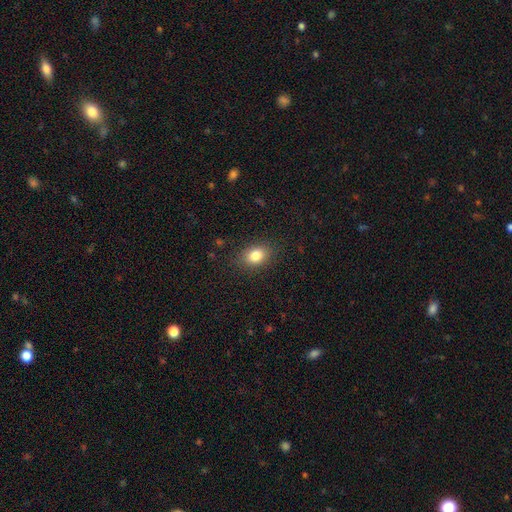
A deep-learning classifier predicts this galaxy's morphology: smooth_or_featured: smooth (p=0.82) [alt: star or artifact p=0.10]
how_rounded: in between (p=0.68) [alt: round p=0.30]
merging: none (p=0.86) [alt: minor disturbance p=0.10]